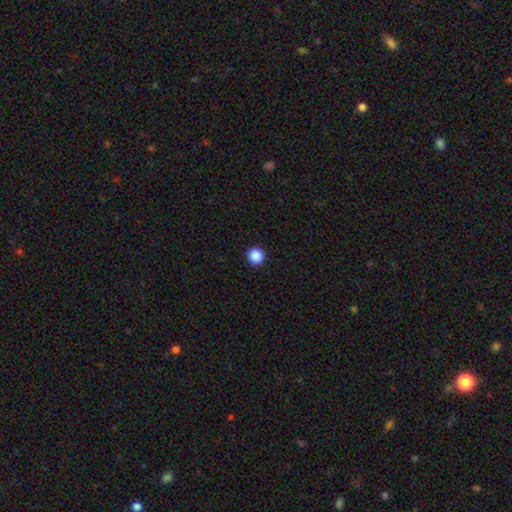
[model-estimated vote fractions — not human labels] Smooth or featured? smooth (88%)
How rounded? round (96%)
Merging? none (94%)